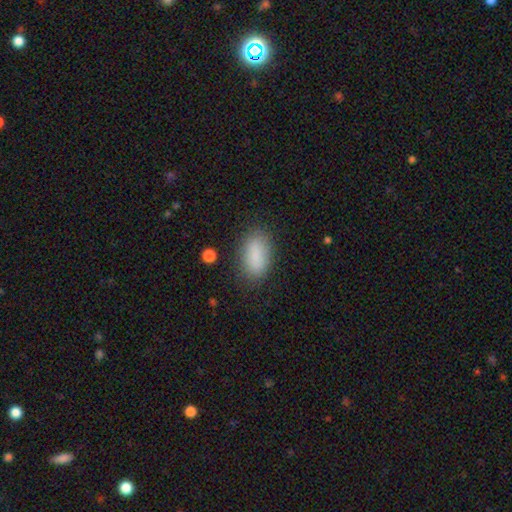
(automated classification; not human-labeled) Smooth or featured: smooth — 87% (star or artifact — 8%)
How rounded: in between — 90% (cigar-shaped — 6%)
Merging: none — 82% (minor disturbance — 13%)